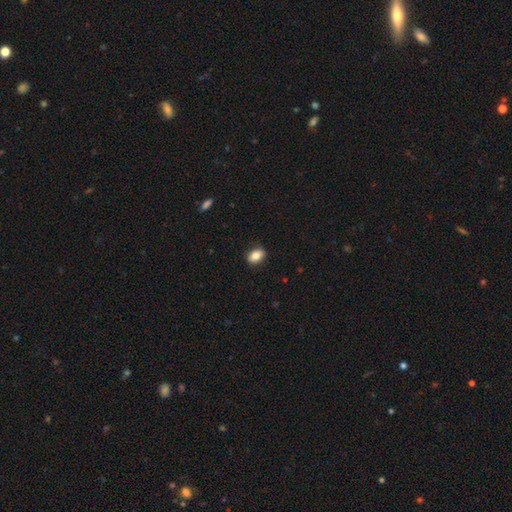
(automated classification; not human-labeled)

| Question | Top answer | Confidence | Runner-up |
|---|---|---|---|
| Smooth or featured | smooth | 84% | star or artifact (8%) |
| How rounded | in between | 82% | round (16%) |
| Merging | none | 89% | minor disturbance (8%) |